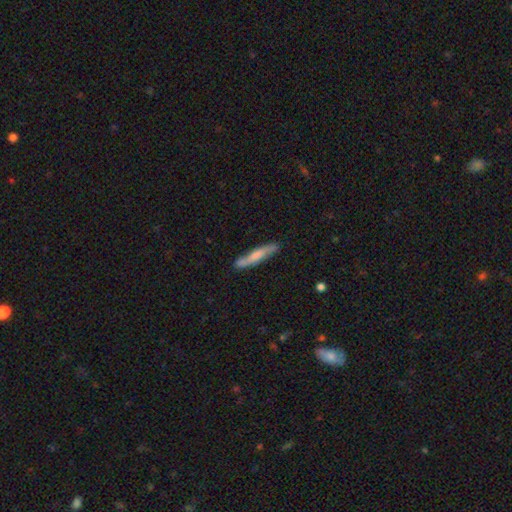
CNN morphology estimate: type=smooth (56%); roundness=cigar-shaped (91%); merging=none (79%).